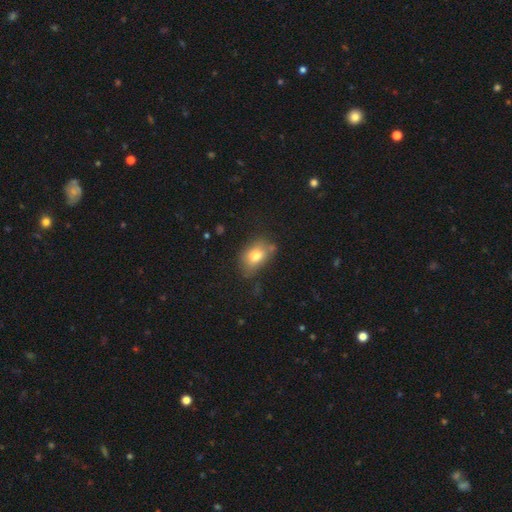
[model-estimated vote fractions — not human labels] smooth_or_featured: smooth (p=0.77) [alt: featured or disk p=0.14]
how_rounded: in between (p=0.82) [alt: round p=0.16]
merging: none (p=0.65) [alt: minor disturbance p=0.24]